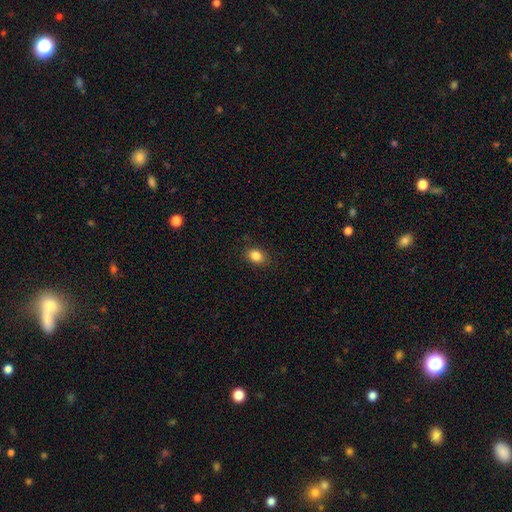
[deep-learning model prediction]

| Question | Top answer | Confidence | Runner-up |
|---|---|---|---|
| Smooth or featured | smooth | 85% | star or artifact (10%) |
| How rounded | in between | 67% | round (32%) |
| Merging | none | 87% | minor disturbance (9%) |